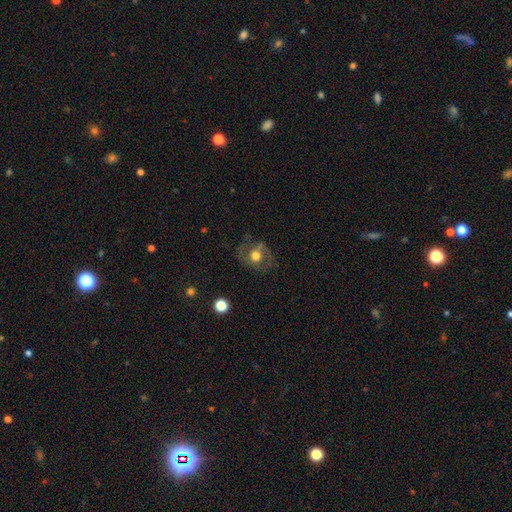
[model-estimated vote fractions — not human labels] Q: Smooth or featured?
A: featured or disk (49%); runner-up: smooth (42%)
Q: Merging?
A: none (62%); runner-up: minor disturbance (20%)